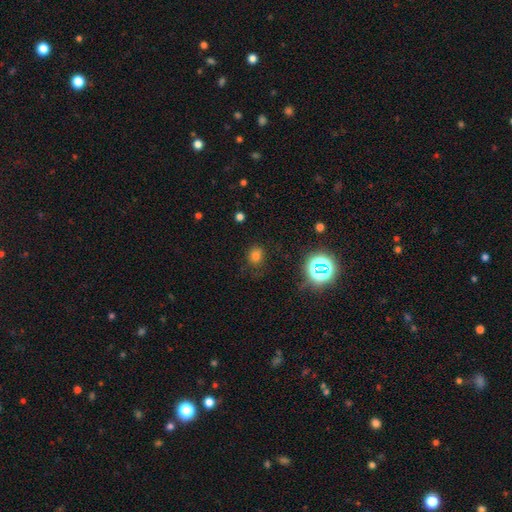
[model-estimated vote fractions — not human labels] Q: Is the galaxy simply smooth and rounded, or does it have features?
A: smooth — 70%.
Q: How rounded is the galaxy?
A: round — 63%.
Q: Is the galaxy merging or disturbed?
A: none — 78%.